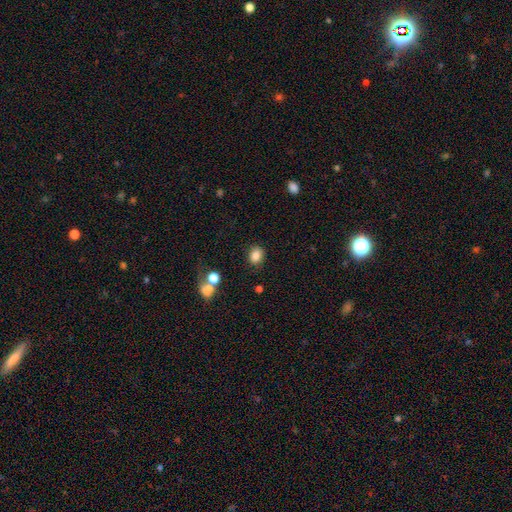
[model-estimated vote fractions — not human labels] This appears to be a smooth galaxy with no disk features (82%) that is round (53%). Merging: none (85%).